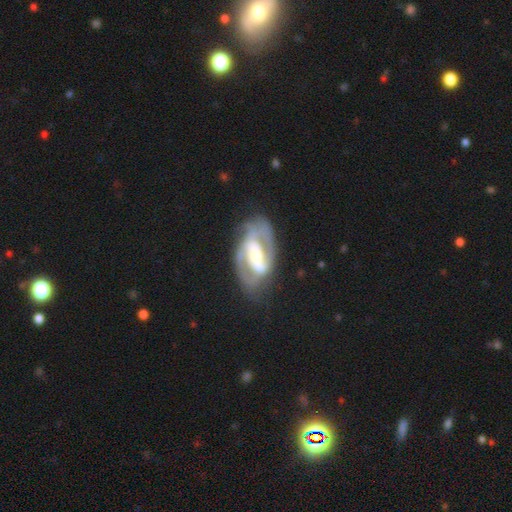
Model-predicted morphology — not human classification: The model was most divided on "spiral winding": medium: 47%, tight: 37%, loose: 16%. Remaining: edge-on disk — no (96%); spiral arms — yes (88%); smooth or featured — featured or disk (84%); spiral arm count — 2 (83%); merging — none (69%); bulge size — moderate (52%); bar — strong (50%).